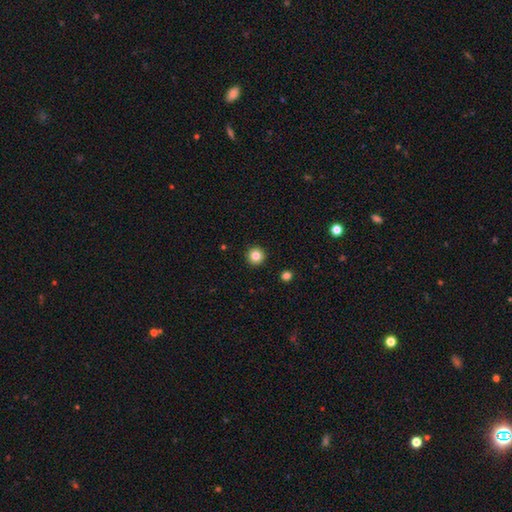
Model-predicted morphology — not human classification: The model was most divided on "smooth or featured": smooth: 84%, star or artifact: 11%, featured or disk: 5%. More confident: how rounded — round (96%); merging — none (93%).